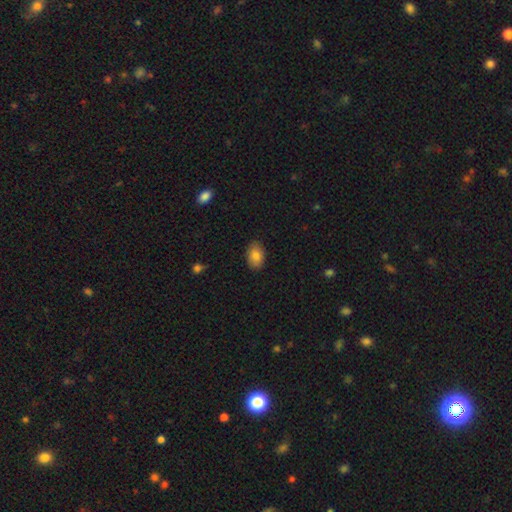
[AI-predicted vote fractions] Overall: smooth (85%). How rounded: in between (87%). Merging: none (86%).